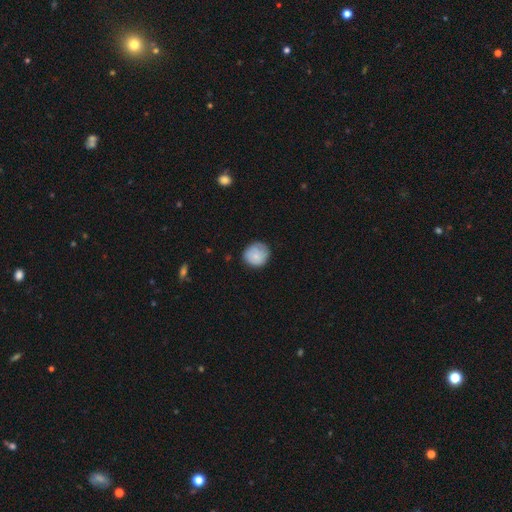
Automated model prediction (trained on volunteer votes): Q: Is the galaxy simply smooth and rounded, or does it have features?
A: smooth — 77%.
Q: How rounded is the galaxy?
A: round — 88%.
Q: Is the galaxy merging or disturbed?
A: none — 74%.